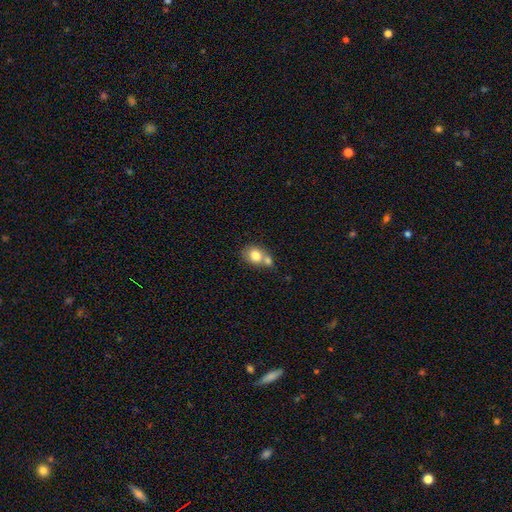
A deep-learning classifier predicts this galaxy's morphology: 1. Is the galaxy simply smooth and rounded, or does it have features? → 77% smooth, 14% featured or disk, 8% star or artifact.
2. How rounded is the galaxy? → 54% round, 45% in between, 1% cigar-shaped.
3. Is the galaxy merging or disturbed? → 53% merger, 33% none, 10% minor disturbance, 4% major disturbance.